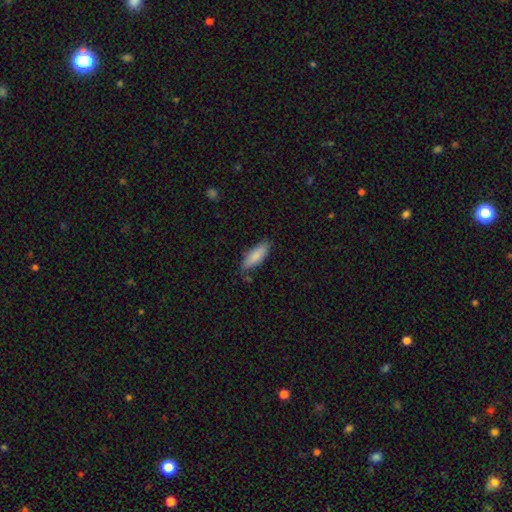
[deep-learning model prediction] Overall: smooth (85%). How rounded: in between (62%; cigar-shaped 37%). Merging: none (75%).